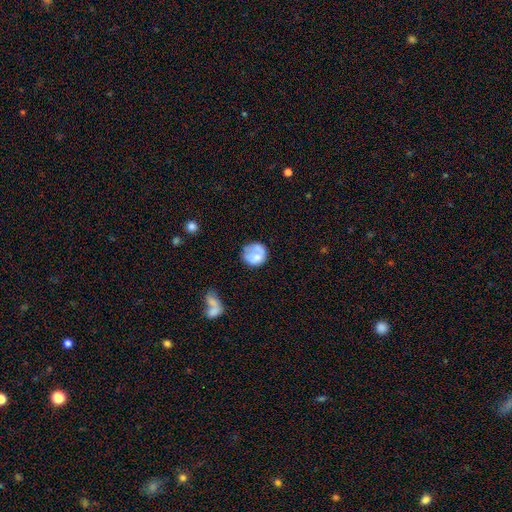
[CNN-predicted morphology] This is likely a smooth galaxy (66%). How rounded: likely round (78%). Merging: possibly none (50%).